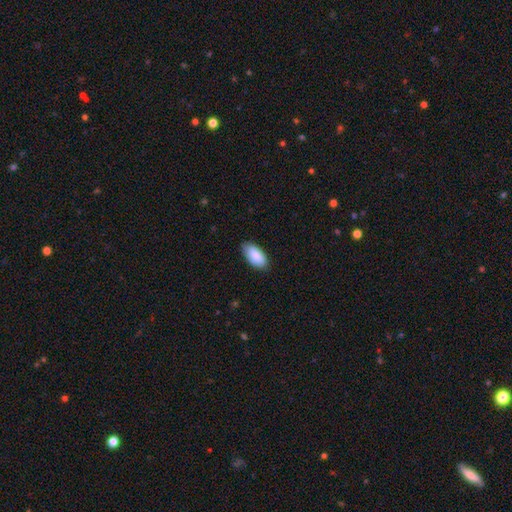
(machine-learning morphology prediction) smooth-or-featured: smooth: 89% | star or artifact: 6% | featured or disk: 6%
  how-rounded: in between: 94% | cigar-shaped: 4% | round: 2%
  merging: none: 83% | minor disturbance: 14% | major disturbance: 2% | merger: 1%